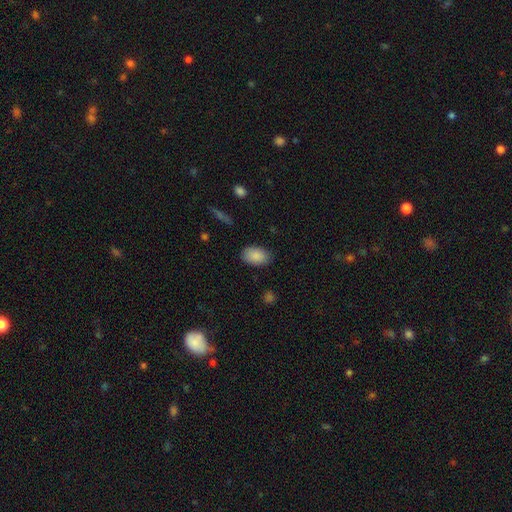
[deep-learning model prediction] A smooth galaxy with no disk features (88%) that is in between round and cigar-shaped (92%). Merging: none (86%).